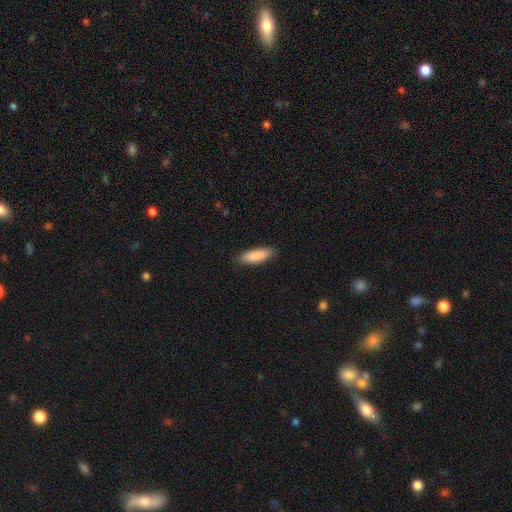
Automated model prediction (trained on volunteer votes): smooth_or_featured: smooth (p=0.89) [alt: star or artifact p=0.06]
how_rounded: in between (p=0.55) [alt: cigar-shaped p=0.44]
merging: none (p=0.86) [alt: minor disturbance p=0.11]